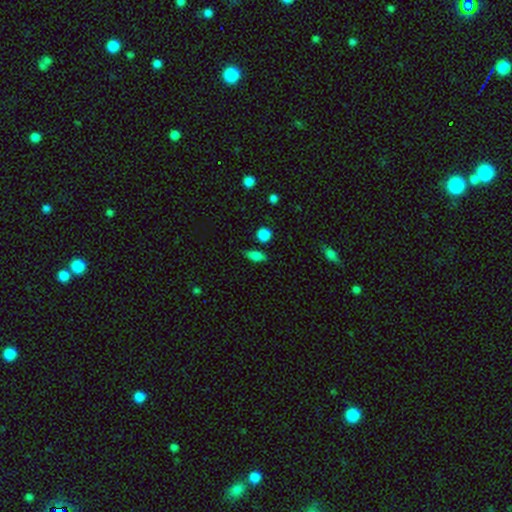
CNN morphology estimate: Overall: smooth (79%). How rounded: in between (70%). Merging: none (76%).